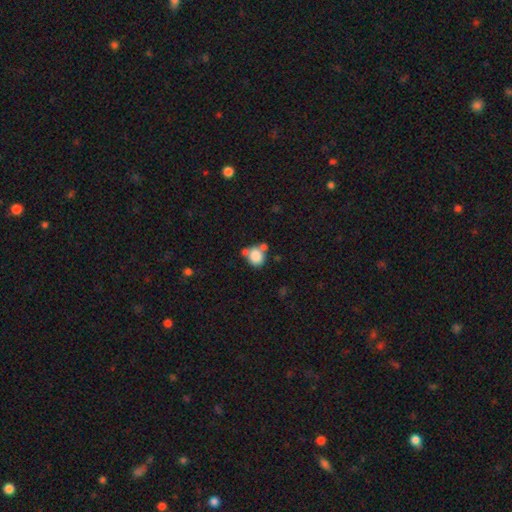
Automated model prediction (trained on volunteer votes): Morphology: type=smooth (83%); roundness=round (75%); merging=none (50%).